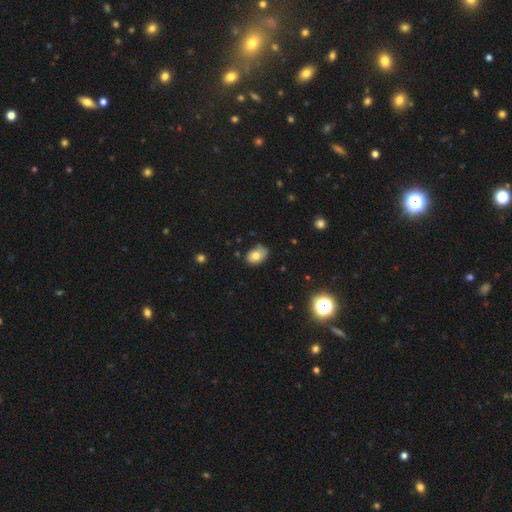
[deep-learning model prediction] This appears to be a smooth galaxy with no disk features (79%) that is in between round and cigar-shaped (79%). Merging: none (73%).